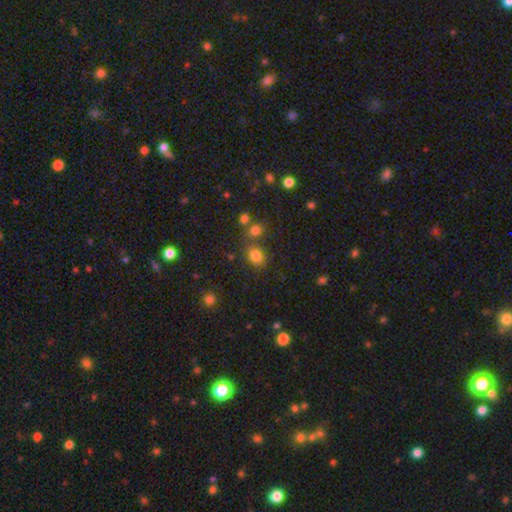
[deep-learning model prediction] This appears to be a smooth galaxy with no disk features (78%) that is round (51%). Merging: none (68%).